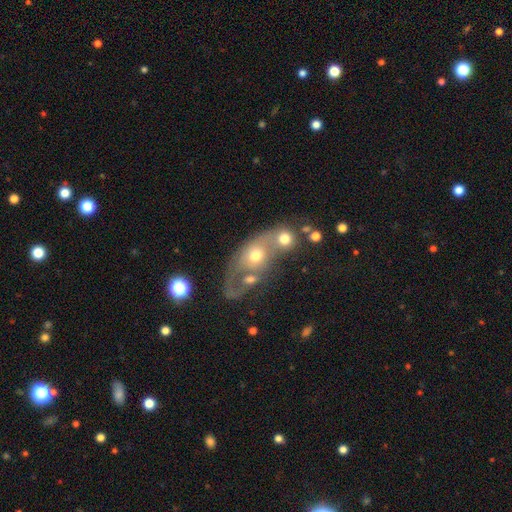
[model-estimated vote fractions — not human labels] A smooth galaxy with no disk features (51%) that is in between round and cigar-shaped (57%). Merging: merger (64%).